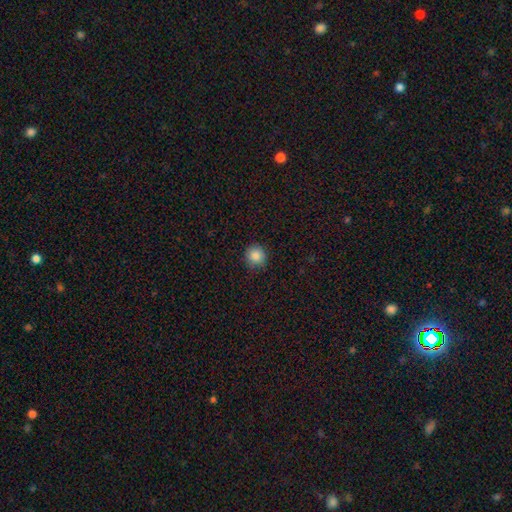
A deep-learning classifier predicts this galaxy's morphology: The model was most divided on "smooth or featured": smooth: 86%, star or artifact: 10%, featured or disk: 4%. More confident: how rounded — round (93%); merging — none (88%).